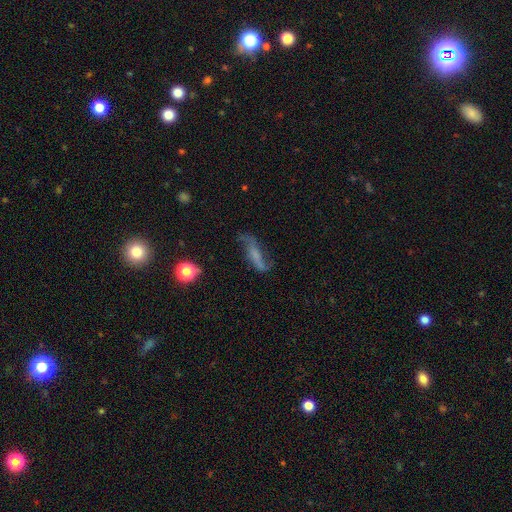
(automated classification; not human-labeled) This appears to be a featured or disk galaxy (57%). Merging: none (52%).